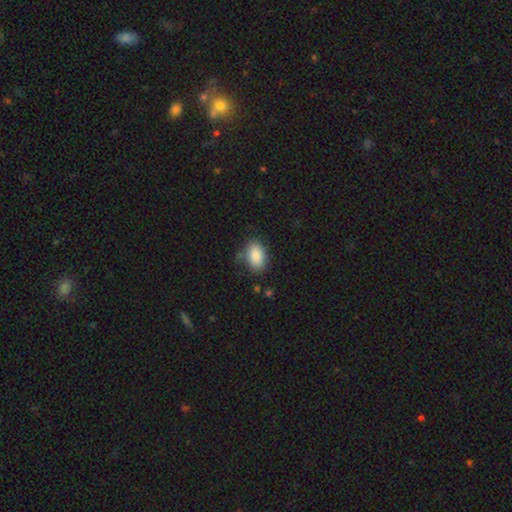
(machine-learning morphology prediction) type=smooth (88%); roundness=in between (91%); merging=none (74%).